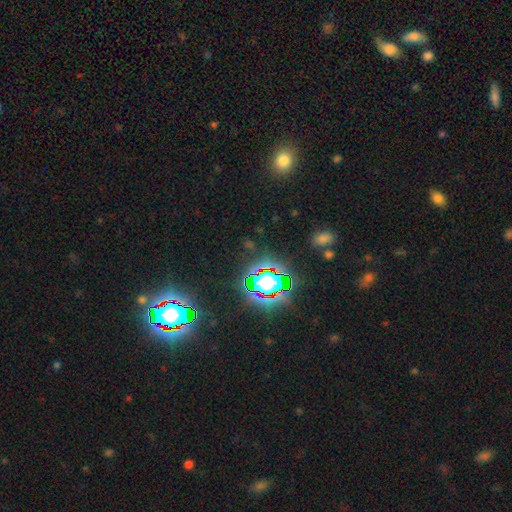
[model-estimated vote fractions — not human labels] This appears to be a star or artifact, not a galaxy (77%).